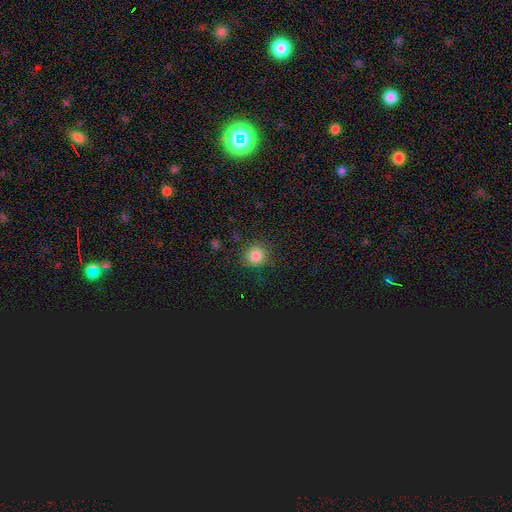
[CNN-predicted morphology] Smooth or featured? Predicted: smooth (p=0.81). How rounded? Predicted: round (p=0.89). Merging? Predicted: none (p=0.84).